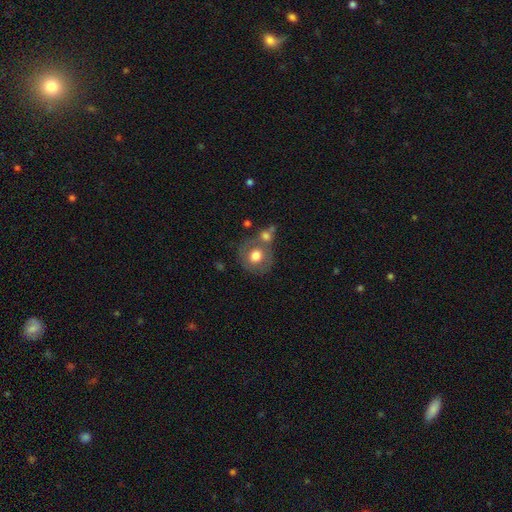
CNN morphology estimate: Smooth or featured: smooth — 66% (featured or disk — 25%)
How rounded: round — 84% (in between — 15%)
Merging: none — 52% (merger — 28%)